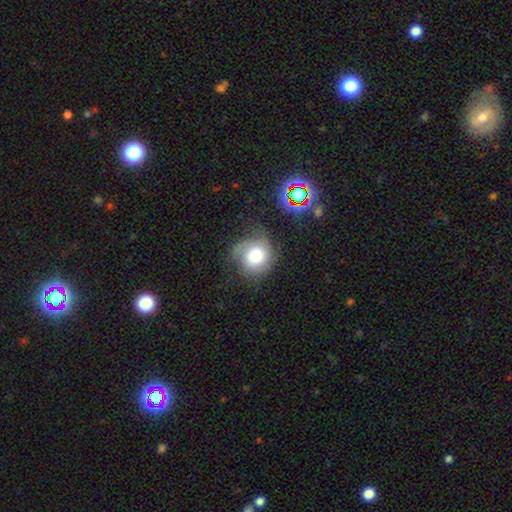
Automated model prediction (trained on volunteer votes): Smooth or featured? Predicted: smooth (p=0.67). How rounded? Predicted: round (p=0.85). Merging? Predicted: none (p=0.57).